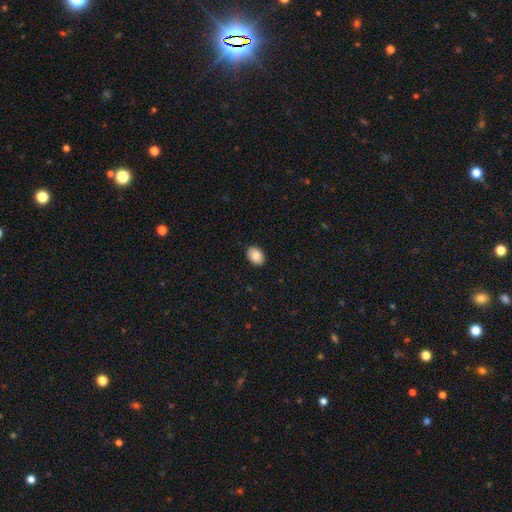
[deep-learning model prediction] This appears to be a smooth galaxy with no disk features (85%) that is in between round and cigar-shaped (79%). Merging: none (90%).